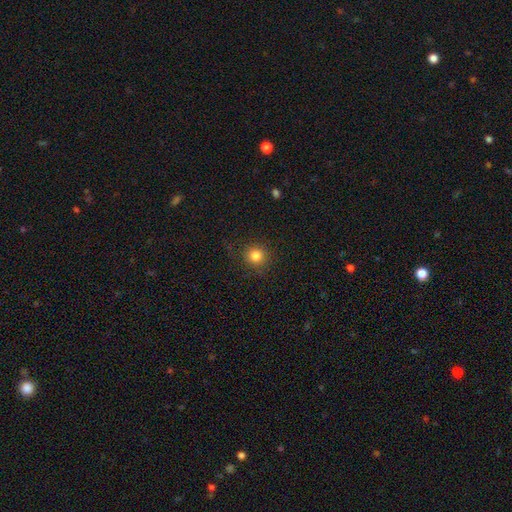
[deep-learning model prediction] smooth_or_featured: smooth (p=0.83) [alt: star or artifact p=0.12]
how_rounded: round (p=0.92) [alt: in between p=0.07]
merging: none (p=0.87) [alt: minor disturbance p=0.08]